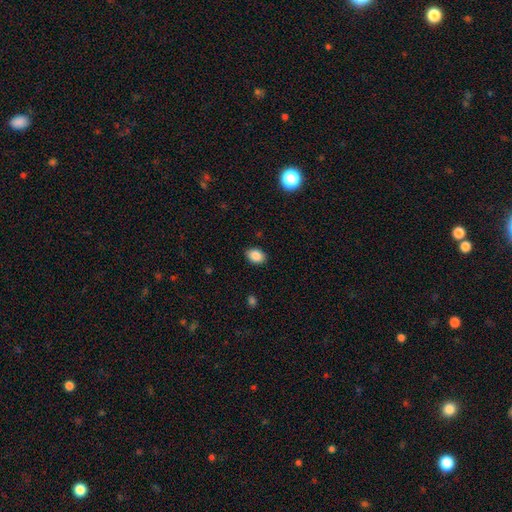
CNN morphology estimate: Smooth or featured? Predicted: smooth (p=0.87). How rounded? Predicted: in between (p=0.72). Merging? Predicted: none (p=0.88).